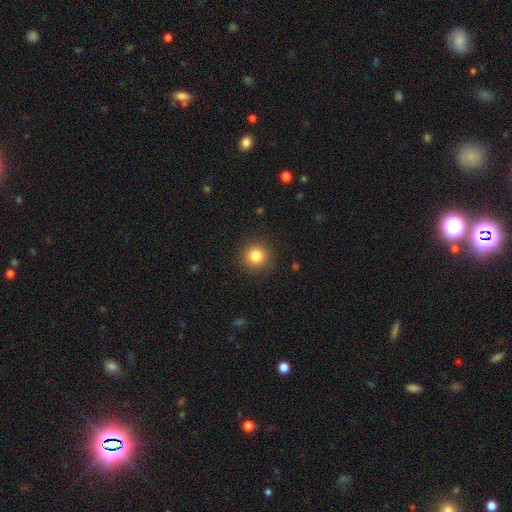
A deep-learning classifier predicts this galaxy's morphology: Smooth or featured? smooth (83%)
How rounded? round (94%)
Merging? none (90%)